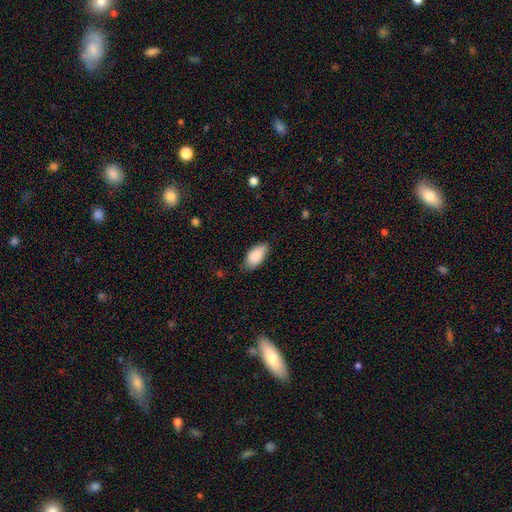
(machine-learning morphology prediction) A smooth galaxy with no disk features (88%) that is in between round and cigar-shaped (93%). Merging: none (71%).